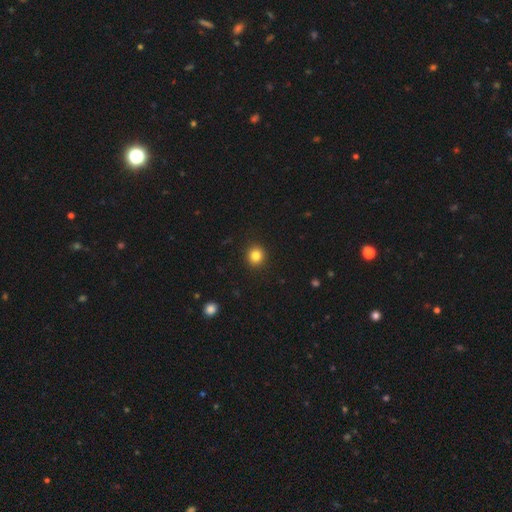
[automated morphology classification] A smooth galaxy with no disk features (83%) that is round (90%).

Vote fractions:
- Smooth or featured? smooth: 83% / star or artifact: 12% / featured or disk: 6%
- How rounded? round: 90% / in between: 9% / cigar-shaped: 1%
- Merging? none: 92% / minor disturbance: 5% / major disturbance: 2% / merger: 1%